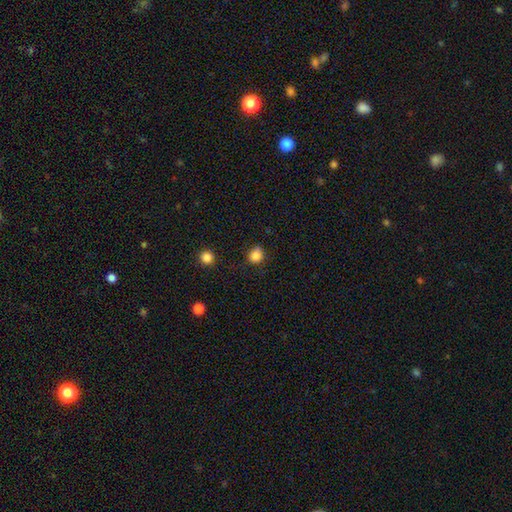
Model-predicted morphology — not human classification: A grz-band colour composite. It shows a smooth galaxy with no disk features (83%) that is round (78%). Merging: none (69%).